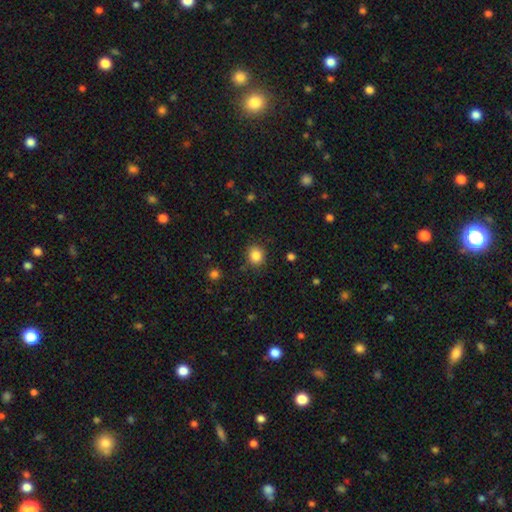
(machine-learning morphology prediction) smooth 85%, star or artifact 11%, featured or disk 4%. Down the decision tree: how rounded — round (75%); merging — none (85%).